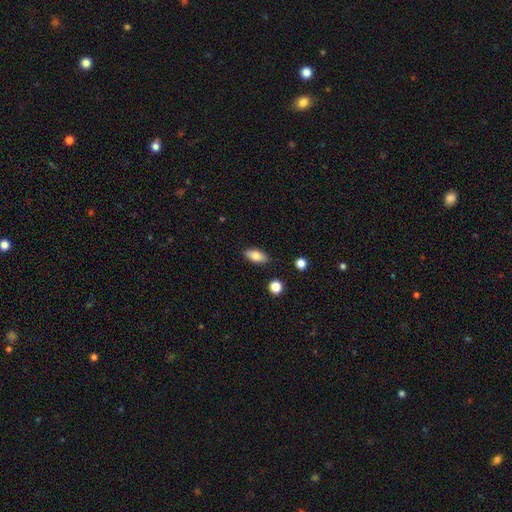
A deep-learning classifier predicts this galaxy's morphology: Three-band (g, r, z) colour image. It shows a smooth galaxy with no disk features (79%) that is in between round and cigar-shaped (85%). Merging: none (85%).